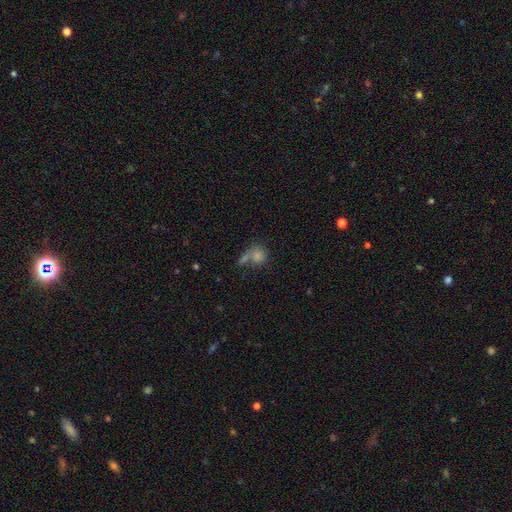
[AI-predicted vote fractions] A smooth galaxy with no disk features (77%) that is round (73%). Merging: none (40%).